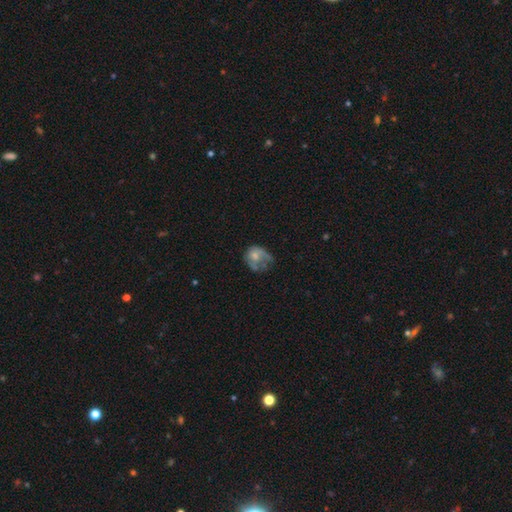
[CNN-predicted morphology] A smooth galaxy with no disk features (51%) that is round (52%). Merging: major disturbance (41%).